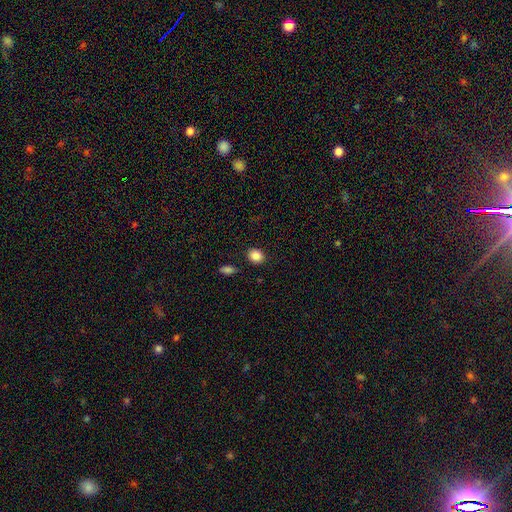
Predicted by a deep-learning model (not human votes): Smooth or featured: smooth — 87% (star or artifact — 9%)
How rounded: round — 61% (in between — 38%)
Merging: none — 87% (minor disturbance — 8%)